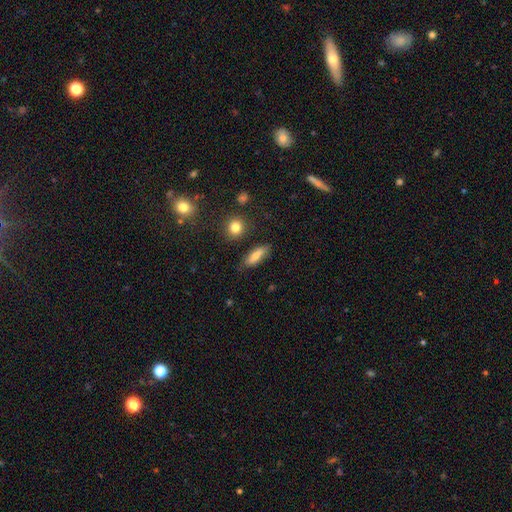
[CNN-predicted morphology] Overall: smooth (75%). How rounded: in between (48%, tied with cigar-shaped). Merging: none (81%).